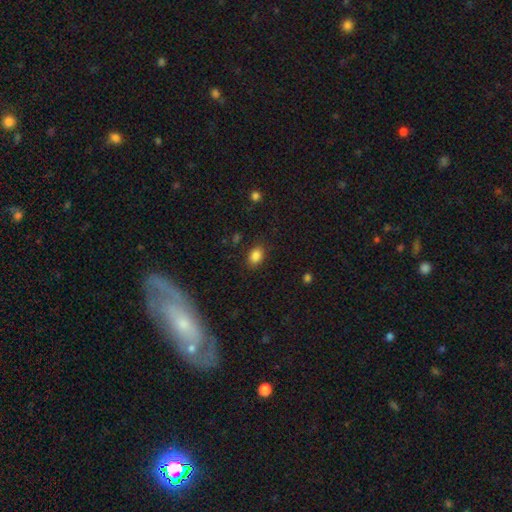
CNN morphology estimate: smooth-or-featured: smooth: 85% | star or artifact: 10% | featured or disk: 5%
  how-rounded: in between: 76% | round: 23% | cigar-shaped: 1%
  merging: none: 85% | minor disturbance: 11% | major disturbance: 3% | merger: 1%